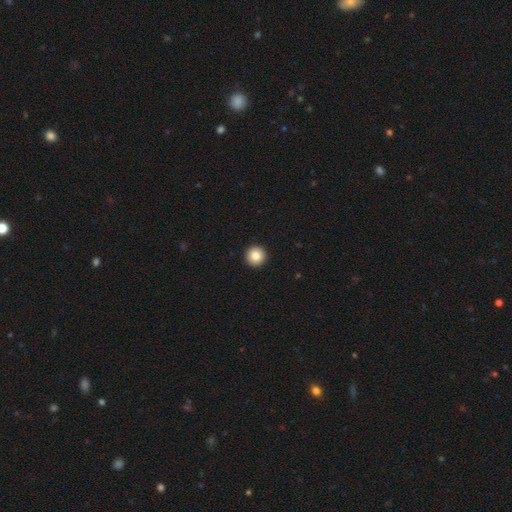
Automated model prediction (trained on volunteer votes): Smooth or featured?
  - smooth: 84% *
  - star or artifact: 9%
  - featured or disk: 7%
How rounded?
  - round: 96% *
  - in between: 3%
  - cigar-shaped: 1%
Merging?
  - none: 94% *
  - minor disturbance: 3%
  - major disturbance: 1%
  - merger: 1%